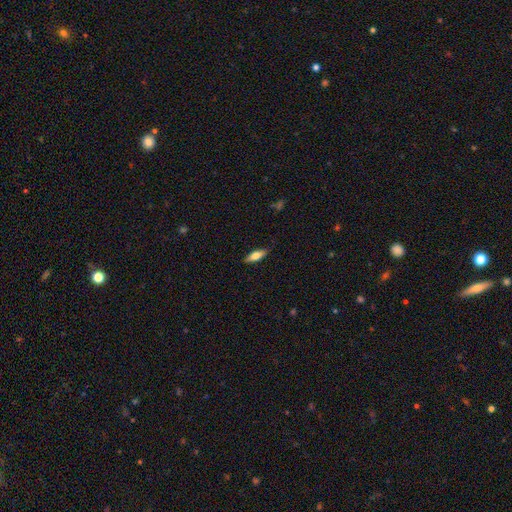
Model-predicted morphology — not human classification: Smooth or featured?
  - smooth: 69% *
  - featured or disk: 25%
  - star or artifact: 6%
How rounded?
  - in between: 56% *
  - cigar-shaped: 42%
  - round: 2%
Merging?
  - none: 87% *
  - minor disturbance: 10%
  - major disturbance: 2%
  - merger: 1%